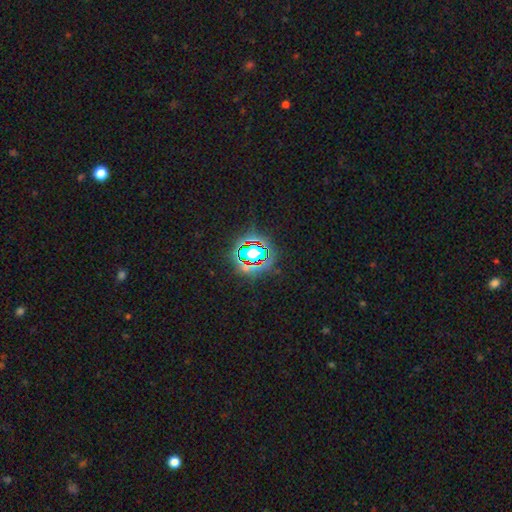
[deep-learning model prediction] Smooth or featured: star or artifact — 66% (smooth — 22%)